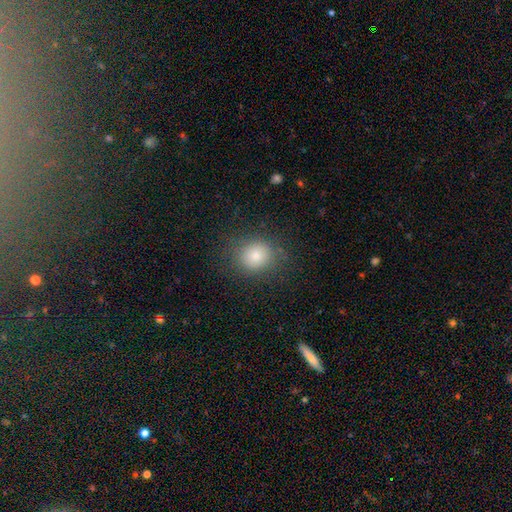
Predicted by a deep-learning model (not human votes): Overall: smooth (82%). How rounded: round (76%). Merging: none (82%).